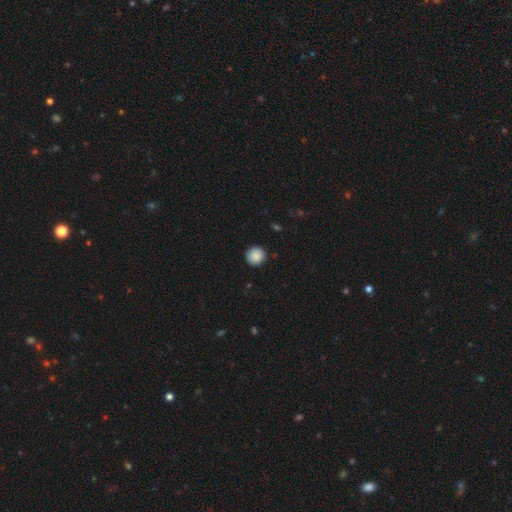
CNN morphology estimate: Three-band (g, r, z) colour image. It shows a smooth galaxy with no disk features (88%) that is round (94%). Merging: none (91%).